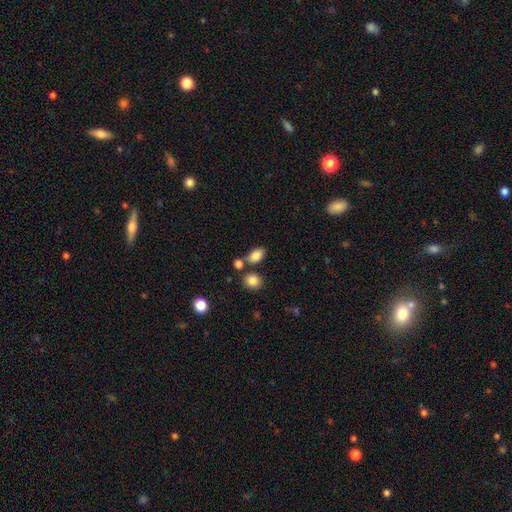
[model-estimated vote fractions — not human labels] smooth_or_featured: smooth (p=0.83) [alt: star or artifact p=0.09]
how_rounded: in between (p=0.83) [alt: round p=0.15]
merging: none (p=0.66) [alt: merger p=0.18]